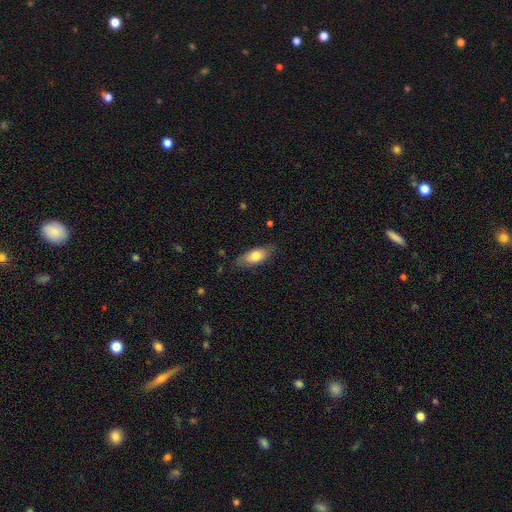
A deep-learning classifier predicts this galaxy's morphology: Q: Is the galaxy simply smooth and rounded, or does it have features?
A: smooth — 72%.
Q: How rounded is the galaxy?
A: in between — 80%.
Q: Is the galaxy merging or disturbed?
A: none — 78%.